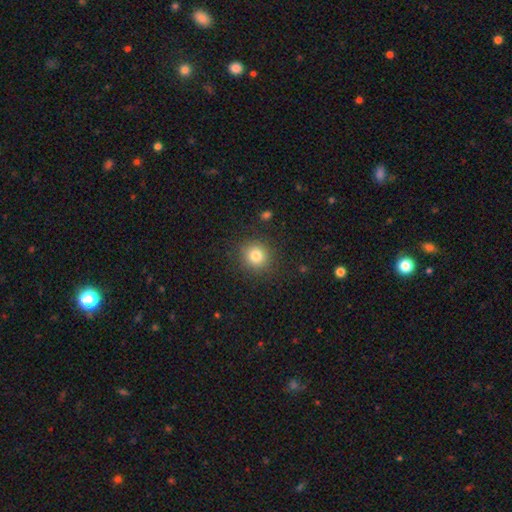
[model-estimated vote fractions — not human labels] Smooth or featured?
  - smooth: 81% *
  - star or artifact: 12%
  - featured or disk: 7%
How rounded?
  - round: 91% *
  - in between: 8%
  - cigar-shaped: 1%
Merging?
  - none: 88% *
  - minor disturbance: 8%
  - major disturbance: 3%
  - merger: 1%